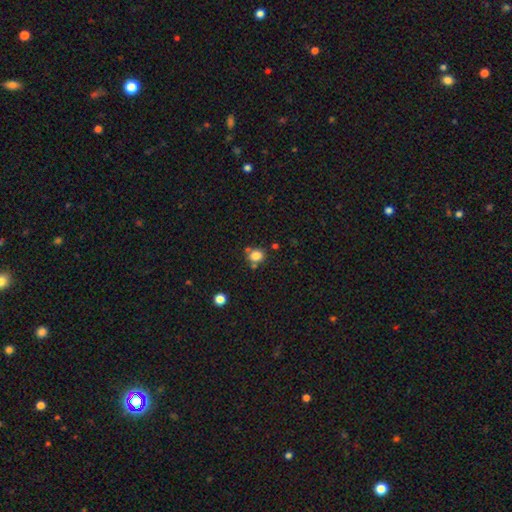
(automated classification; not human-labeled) smooth 81%, star or artifact 12%, featured or disk 6%. Down the decision tree: how rounded — round (72%); merging — none (68%).